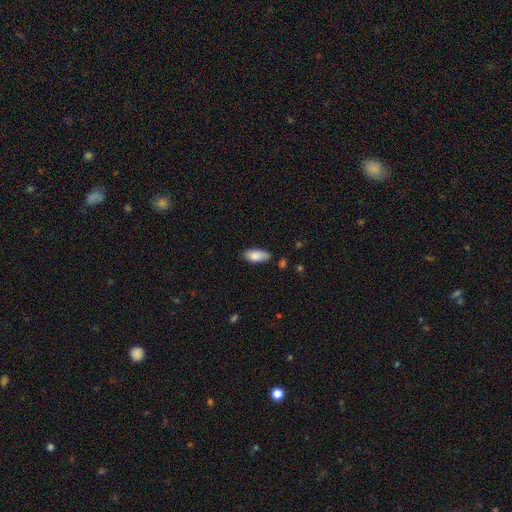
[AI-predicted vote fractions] smooth_or_featured: smooth (p=0.86) [alt: featured or disk p=0.08]
how_rounded: in between (p=0.87) [alt: cigar-shaped p=0.11]
merging: none (p=0.73) [alt: minor disturbance p=0.21]